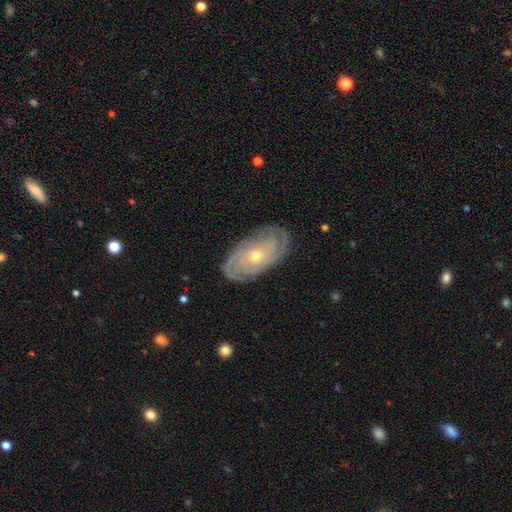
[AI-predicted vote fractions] Smooth or featured? featured or disk (85%)
Edge-on disk? no (95%)
Bar? no (77%)
Spiral arms? yes (96%)
Spiral winding? tight (74%)
Spiral arm count? can't tell (27%)
Bulge size? small (54%)
Merging? none (83%)